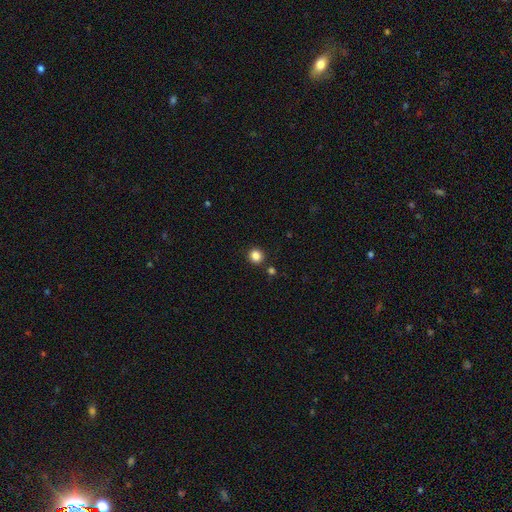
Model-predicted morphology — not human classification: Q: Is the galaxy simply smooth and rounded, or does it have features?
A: smooth — 85%.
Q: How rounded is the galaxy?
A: round — 88%.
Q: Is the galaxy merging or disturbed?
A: none — 88%.